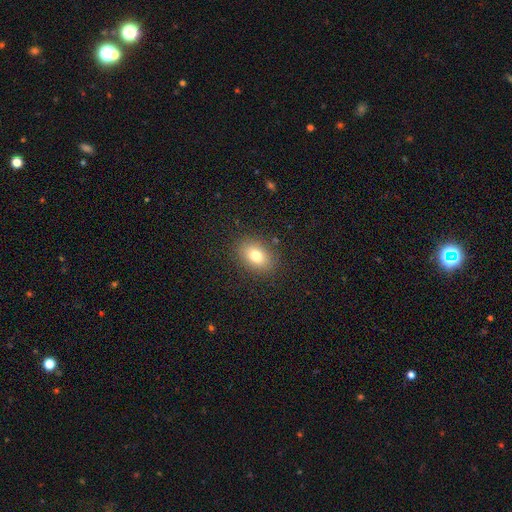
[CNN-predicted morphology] The model was most divided on "how rounded": in between: 77%, round: 22%, cigar-shaped: 1%. More confident: merging — none (87%); smooth or featured — smooth (77%).